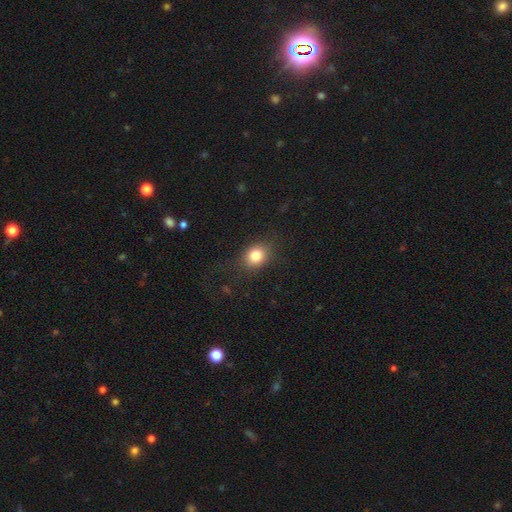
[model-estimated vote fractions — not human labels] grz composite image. It shows a smooth galaxy with no disk features (81%) that is round (51%). Merging: none (82%).